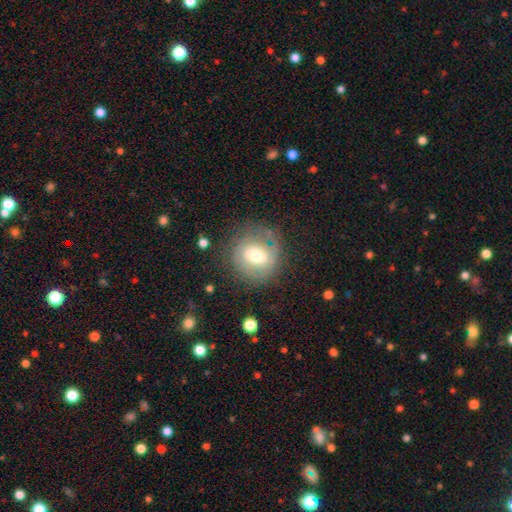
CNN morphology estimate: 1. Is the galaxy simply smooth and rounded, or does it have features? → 48% smooth, 43% featured or disk, 9% star or artifact.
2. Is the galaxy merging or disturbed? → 68% none, 18% minor disturbance, 12% major disturbance, 2% merger.